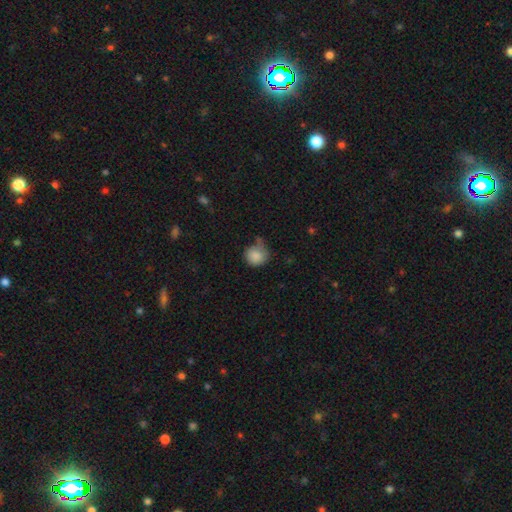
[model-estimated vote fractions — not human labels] This is clearly a smooth galaxy (86%). How rounded: clearly round (85%). Merging: possibly none (48%).